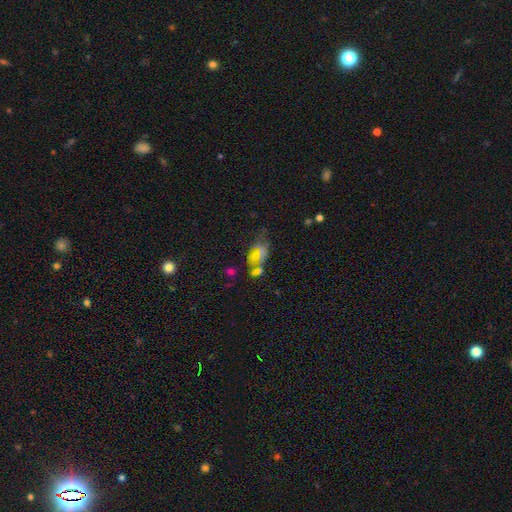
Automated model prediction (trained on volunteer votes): Smooth or featured?
  - smooth: 45% *
  - featured or disk: 30%
  - star or artifact: 26%
Merging?
  - none: 36% *
  - merger: 23%
  - minor disturbance: 21%
  - major disturbance: 20%